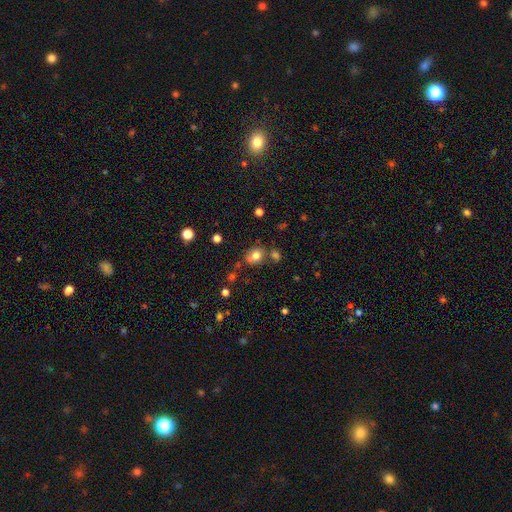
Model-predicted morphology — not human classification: A smooth galaxy with no disk features (77%) that is round (60%). Merging: none (58%).